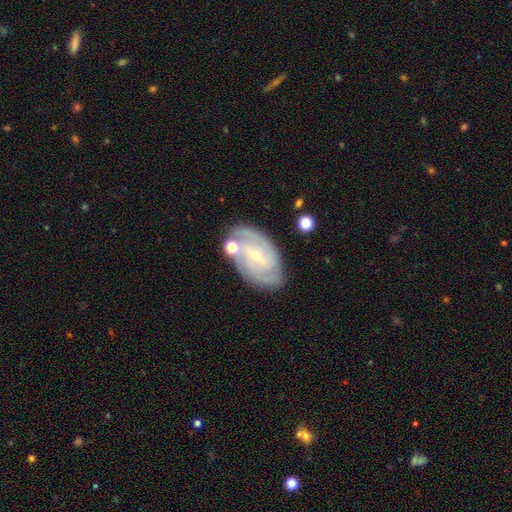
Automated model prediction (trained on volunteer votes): This is clearly a featured or disk galaxy (83%). It is clearly not viewed edge-on (95%). Bar: possibly weak (46%). Spiral arm pattern: clearly yes (95%). Spiral arm count: possibly 2 (53%). Spiral winding: possibly tight (54%). Central bulge: likely small (75%). Merging: likely none (72%).